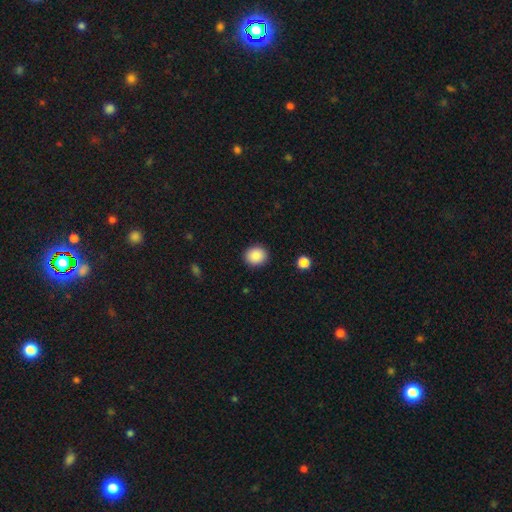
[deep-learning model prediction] This appears to be a smooth galaxy with no disk features (89%) that is round (76%). Merging: none (90%).